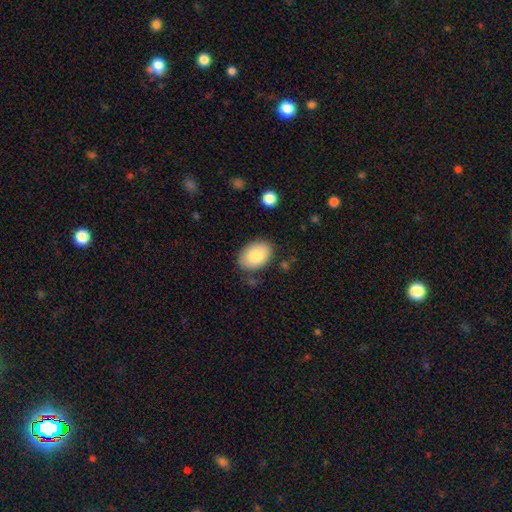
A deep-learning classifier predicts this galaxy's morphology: Overall: smooth (84%). How rounded: in between (83%). Merging: none (80%).